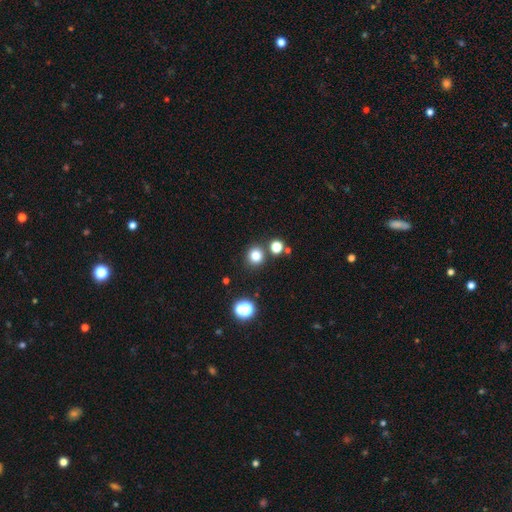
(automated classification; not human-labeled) Overall: smooth (79%). How rounded: round (90%). Merging: none (82%).